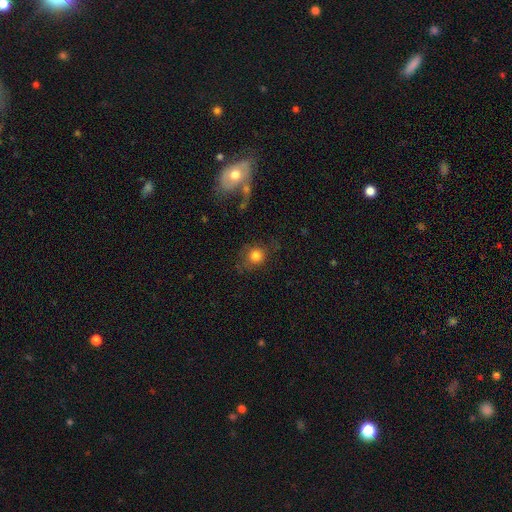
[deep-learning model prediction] Overall: smooth (75%). How rounded: round (82%). Merging: none (62%).